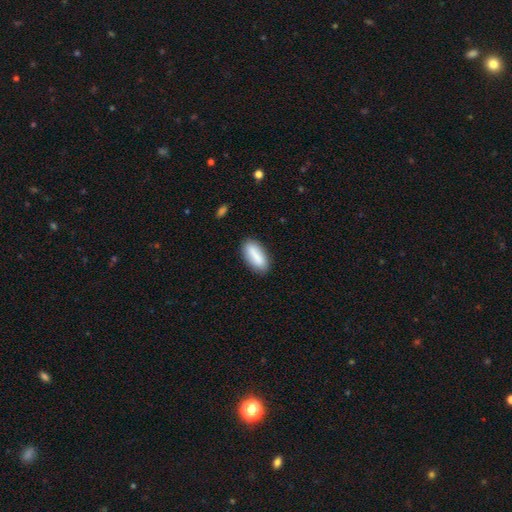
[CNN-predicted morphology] Smooth or featured: smooth — 81% (featured or disk — 12%)
How rounded: in between — 74% (cigar-shaped — 23%)
Merging: none — 83% (minor disturbance — 12%)